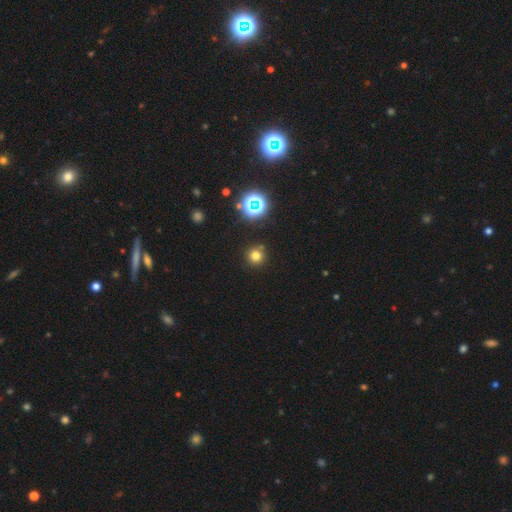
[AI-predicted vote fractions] Smooth or featured? Predicted: smooth (p=0.71). How rounded? Predicted: round (p=0.94). Merging? Predicted: none (p=0.85).